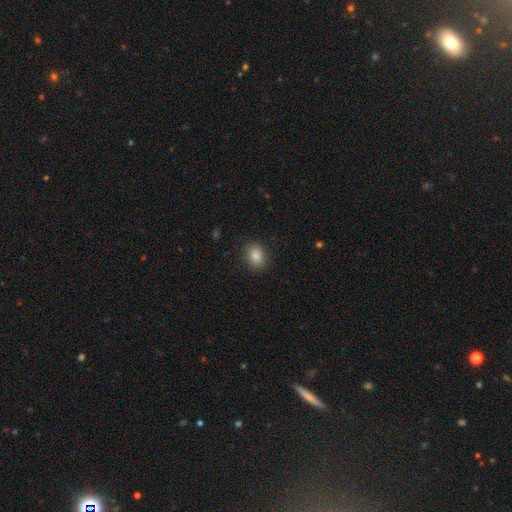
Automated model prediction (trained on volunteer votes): Q: Smooth or featured?
A: smooth (86%); runner-up: star or artifact (9%)
Q: How rounded?
A: in between (64%); runner-up: round (35%)
Q: Merging?
A: none (87%); runner-up: minor disturbance (9%)